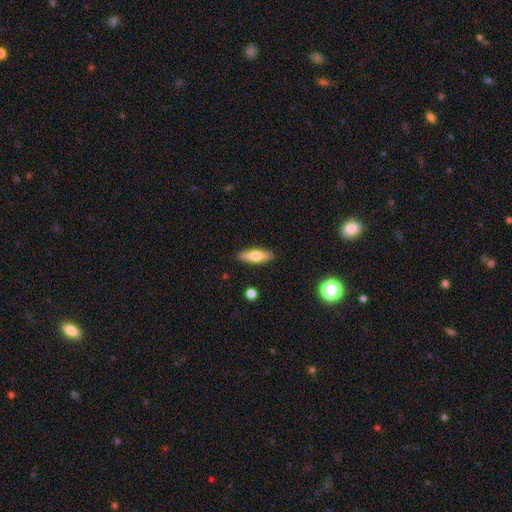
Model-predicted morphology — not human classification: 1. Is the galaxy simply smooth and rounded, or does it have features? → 62% smooth, 32% featured or disk, 7% star or artifact.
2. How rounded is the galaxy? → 49% cigar-shaped, 48% in between, 3% round.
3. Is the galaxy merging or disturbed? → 88% none, 8% minor disturbance, 2% major disturbance, 1% merger.